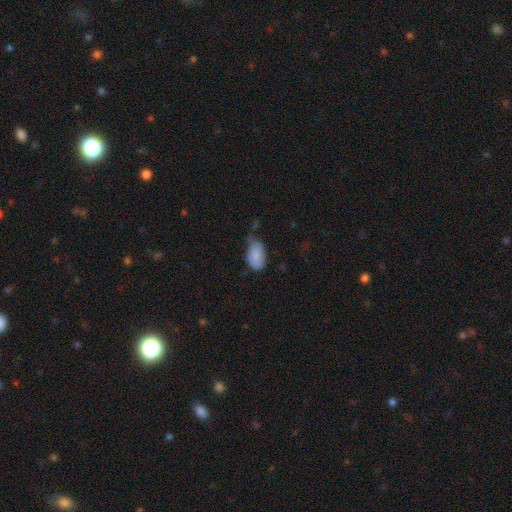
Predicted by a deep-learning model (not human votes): Smooth or featured: smooth — 84% (featured or disk — 8%)
How rounded: in between — 93% (round — 6%)
Merging: minor disturbance — 41% (none — 40%)